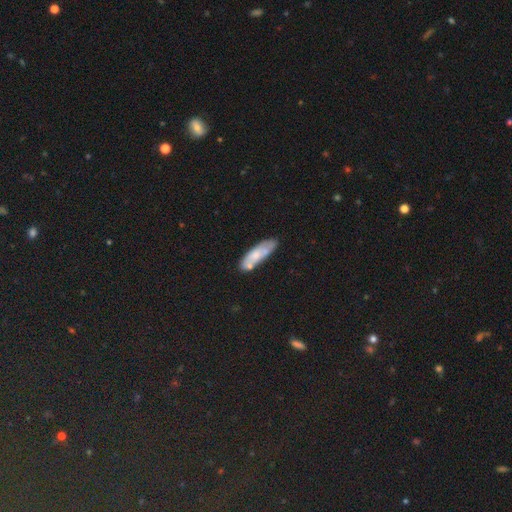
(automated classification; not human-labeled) Smooth or featured? Predicted: smooth (p=0.60). How rounded? Predicted: cigar-shaped (p=0.53). Merging? Predicted: none (p=0.67).